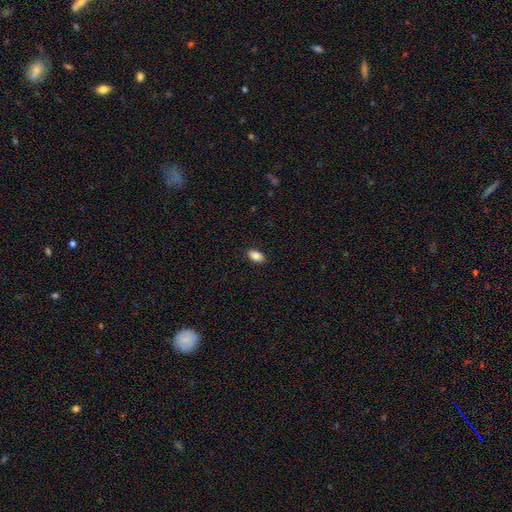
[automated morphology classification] This appears to be a smooth galaxy with no disk features (86%) that is in between round and cigar-shaped (91%). Merging: none (89%).